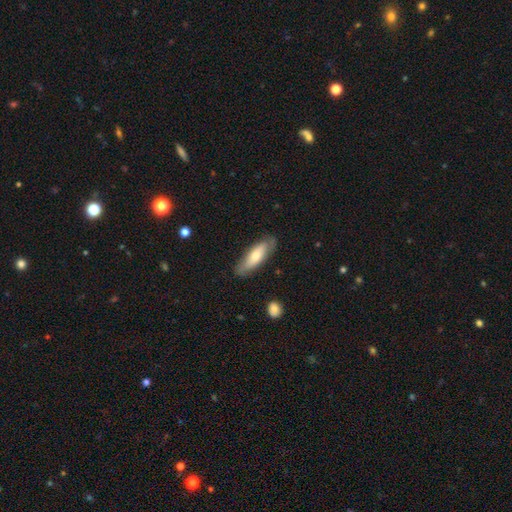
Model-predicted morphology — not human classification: Q: Smooth or featured?
A: smooth (64%); runner-up: featured or disk (30%)
Q: How rounded?
A: in between (54%); runner-up: cigar-shaped (44%)
Q: Merging?
A: none (79%); runner-up: minor disturbance (16%)